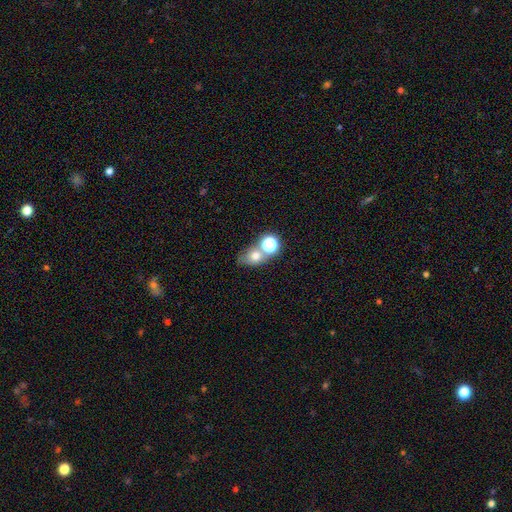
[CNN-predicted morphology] The model was most divided on "merging": none: 42%, merger: 41%, minor disturbance: 11%, major disturbance: 6%. More confident: smooth or featured — smooth (65%); how rounded — round (50%).